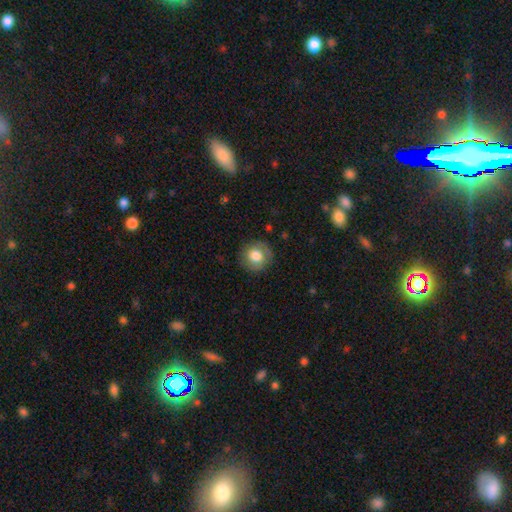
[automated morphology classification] smooth_or_featured: smooth (p=0.78) [alt: featured or disk p=0.14]
how_rounded: round (p=0.92) [alt: in between p=0.07]
merging: none (p=0.86) [alt: minor disturbance p=0.10]